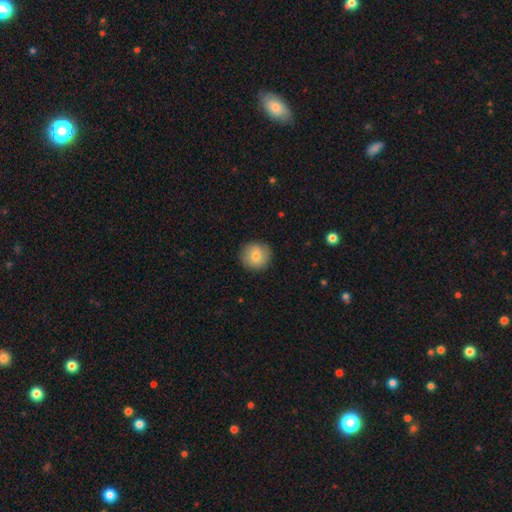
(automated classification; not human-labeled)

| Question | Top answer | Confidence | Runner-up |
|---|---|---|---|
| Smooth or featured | smooth | 76% | featured or disk (15%) |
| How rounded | round | 93% | in between (6%) |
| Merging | none | 90% | minor disturbance (7%) |